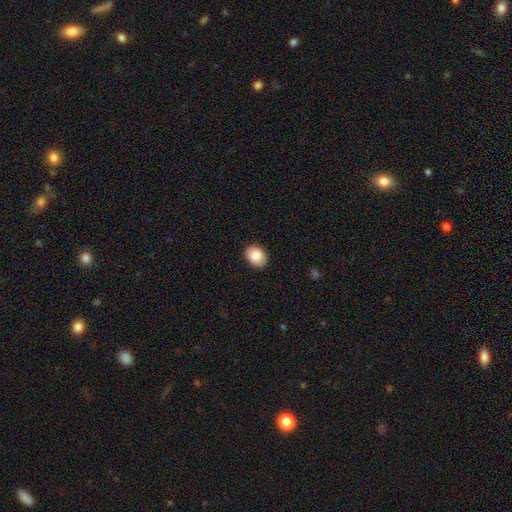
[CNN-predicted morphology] type=smooth (88%); roundness=in between (63%); merging=none (88%).